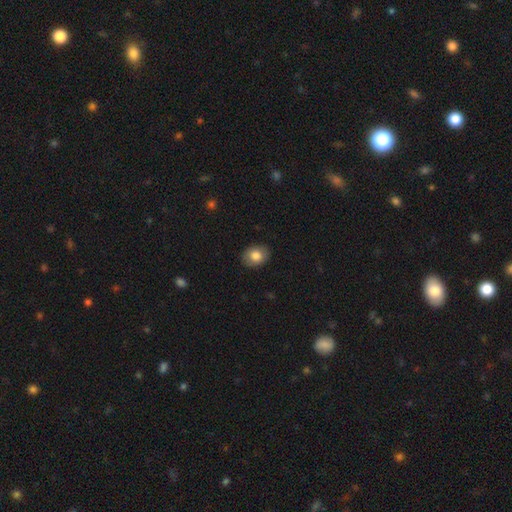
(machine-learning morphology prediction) This appears to be a smooth galaxy with no disk features (82%) that is in between round and cigar-shaped (68%). Merging: none (87%).